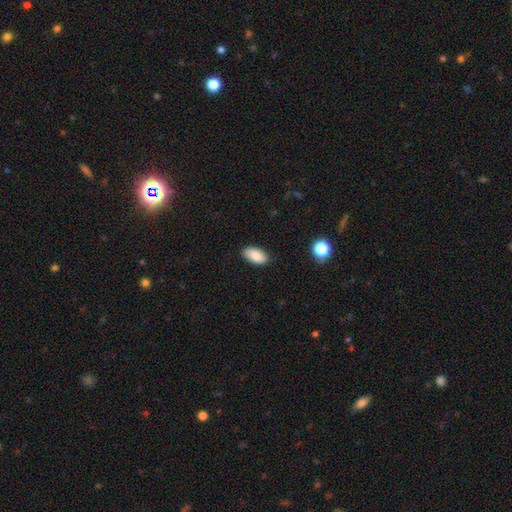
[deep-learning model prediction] Smooth or featured: smooth — 87% (star or artifact — 7%)
How rounded: in between — 93% (cigar-shaped — 4%)
Merging: none — 86% (minor disturbance — 10%)